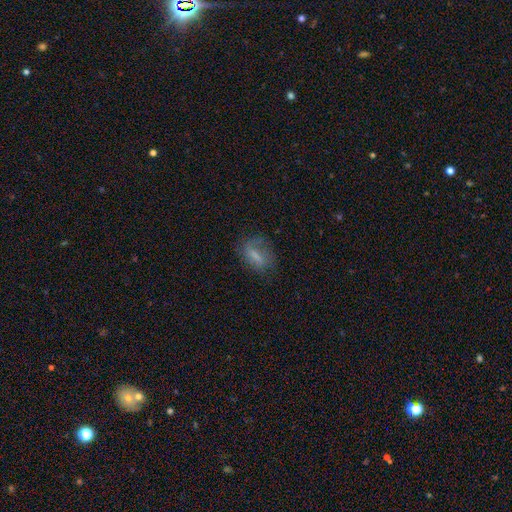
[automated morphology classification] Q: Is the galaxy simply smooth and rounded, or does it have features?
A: smooth — 54%.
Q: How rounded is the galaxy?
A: in between — 69%.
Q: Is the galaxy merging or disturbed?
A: none — 56%.